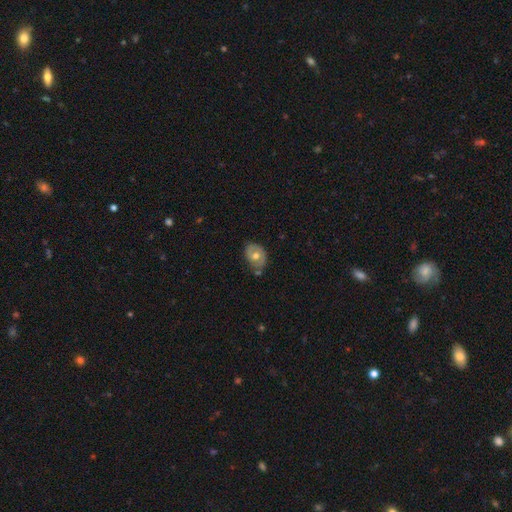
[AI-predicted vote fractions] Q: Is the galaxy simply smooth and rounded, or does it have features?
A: smooth — 48%.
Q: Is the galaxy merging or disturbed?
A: none — 56%.